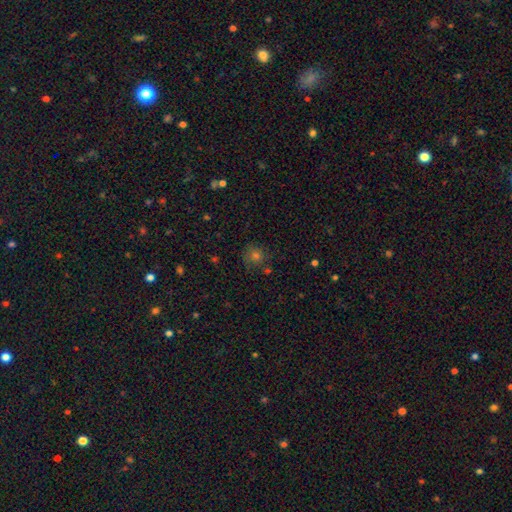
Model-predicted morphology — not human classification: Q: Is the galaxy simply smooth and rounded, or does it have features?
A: smooth — 65%.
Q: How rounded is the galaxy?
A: round — 89%.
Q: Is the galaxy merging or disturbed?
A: none — 78%.